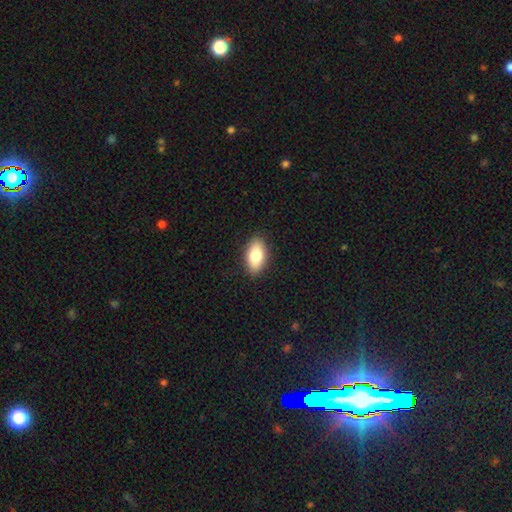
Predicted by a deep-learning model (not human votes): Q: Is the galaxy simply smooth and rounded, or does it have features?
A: smooth — 79%.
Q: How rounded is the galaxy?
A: in between — 90%.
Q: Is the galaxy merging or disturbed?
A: none — 89%.